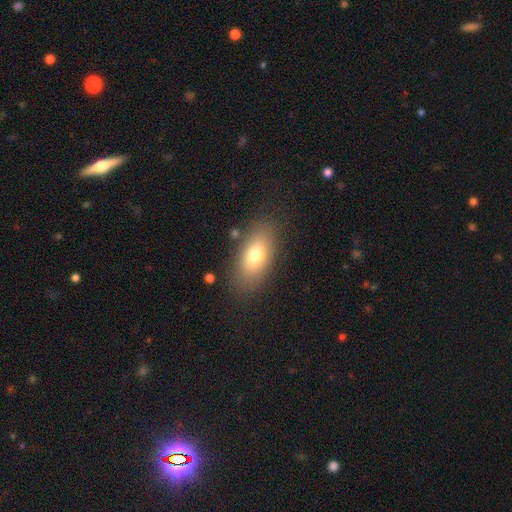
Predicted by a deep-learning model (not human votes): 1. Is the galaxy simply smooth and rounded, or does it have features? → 74% smooth, 16% featured or disk, 9% star or artifact.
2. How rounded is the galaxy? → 88% in between, 6% cigar-shaped, 6% round.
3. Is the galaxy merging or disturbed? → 82% none, 11% minor disturbance, 4% major disturbance, 2% merger.